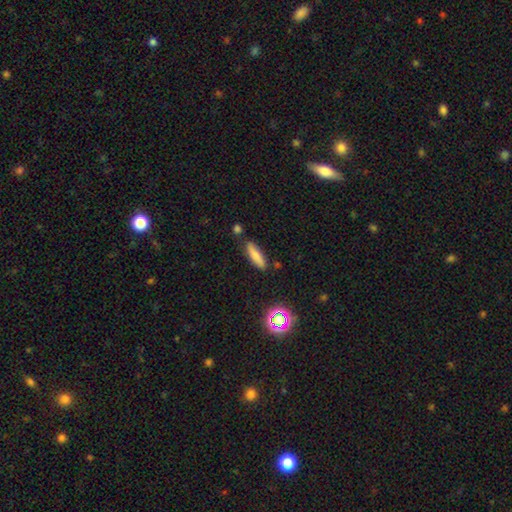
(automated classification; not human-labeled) Morphology: type=smooth (73%); roundness=cigar-shaped (60%); merging=none (81%).